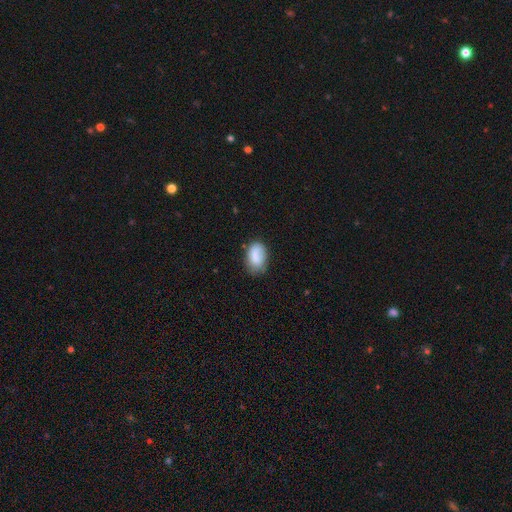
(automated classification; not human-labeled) This is clearly a smooth galaxy (81%). How rounded: clearly in between (87%). Merging: likely none (65%).